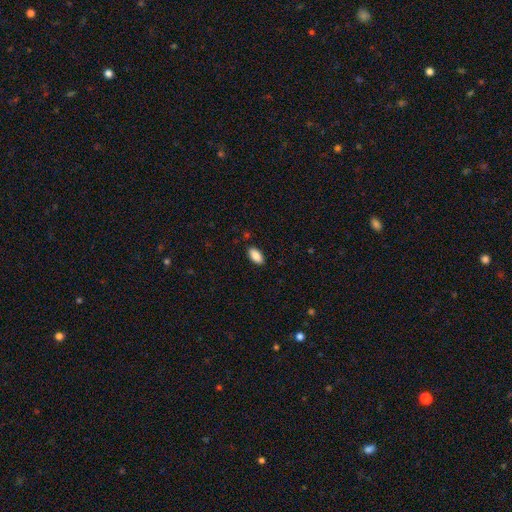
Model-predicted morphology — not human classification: A smooth galaxy with no disk features (89%) that is in between round and cigar-shaped (93%).

Vote fractions:
- Smooth or featured? smooth: 89% / star or artifact: 7% / featured or disk: 4%
- How rounded? in between: 93% / cigar-shaped: 5% / round: 2%
- Merging? none: 88% / minor disturbance: 9% / major disturbance: 2% / merger: 1%